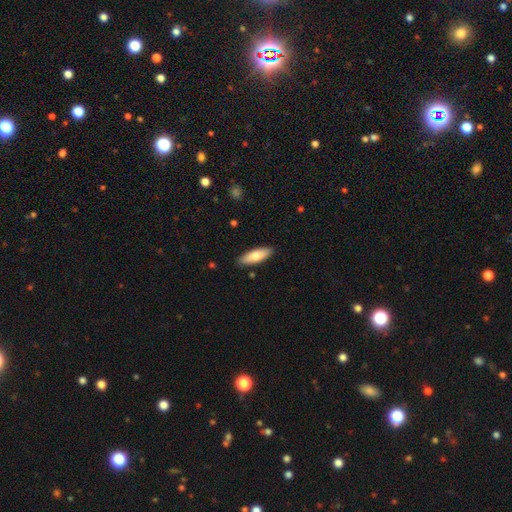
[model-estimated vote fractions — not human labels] A smooth galaxy with no disk features (74%) that is in between round and cigar-shaped (58%). Merging: none (89%).